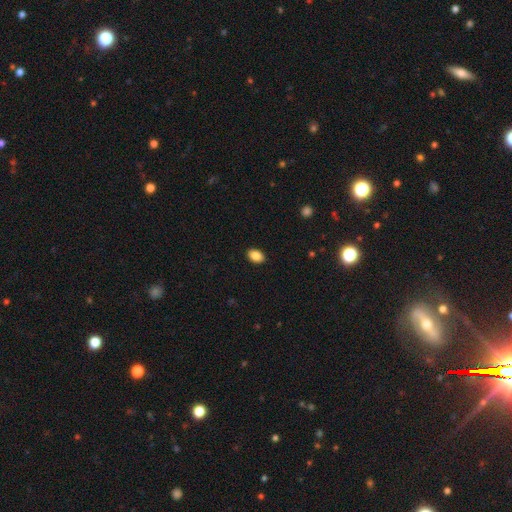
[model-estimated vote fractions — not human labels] Smooth or featured: smooth — 88% (star or artifact — 8%)
How rounded: in between — 85% (round — 13%)
Merging: none — 90% (minor disturbance — 7%)